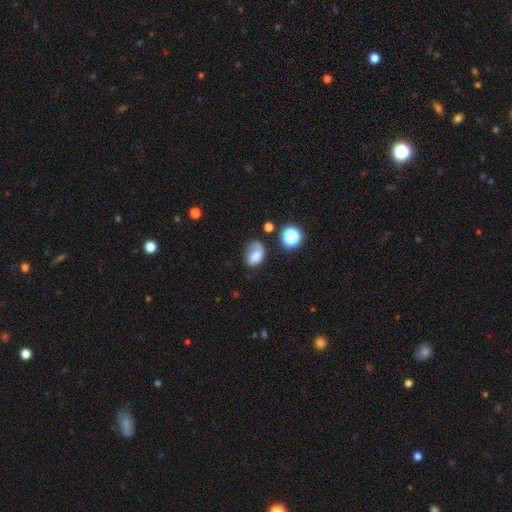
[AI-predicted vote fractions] Smooth or featured: smooth — 59% (featured or disk — 29%)
How rounded: in between — 75% (round — 24%)
Merging: none — 42% (major disturbance — 27%)